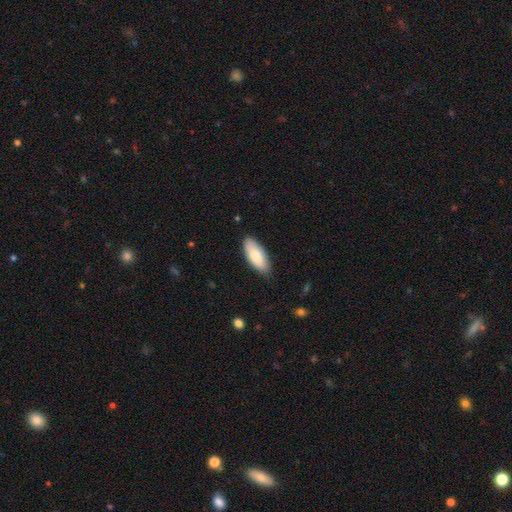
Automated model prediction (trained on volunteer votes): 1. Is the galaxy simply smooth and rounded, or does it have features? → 81% smooth, 13% featured or disk, 5% star or artifact.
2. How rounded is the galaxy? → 85% in between, 13% cigar-shaped, 2% round.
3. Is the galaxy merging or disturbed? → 83% none, 14% minor disturbance, 2% major disturbance, 1% merger.